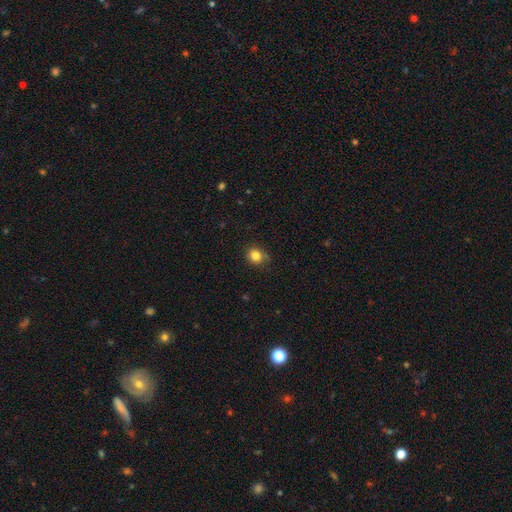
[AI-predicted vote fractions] Overall: smooth (82%). How rounded: round (80%). Merging: none (77%).